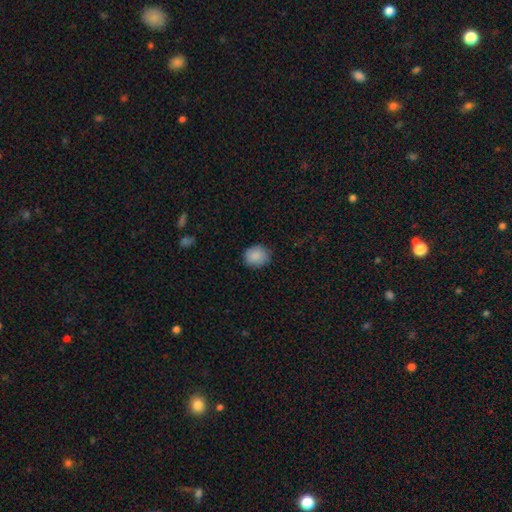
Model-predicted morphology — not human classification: Smooth or featured? smooth (88%)
How rounded? round (72%)
Merging? none (82%)